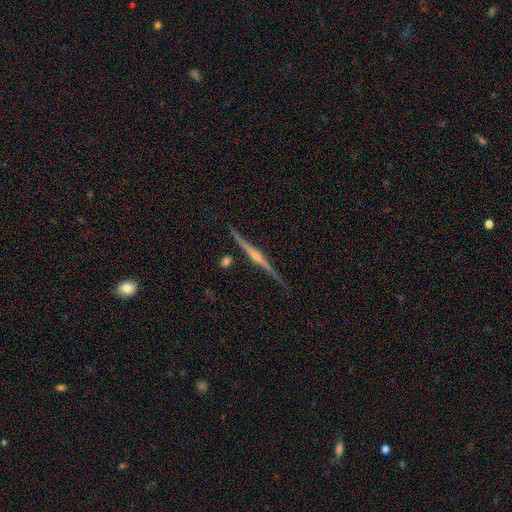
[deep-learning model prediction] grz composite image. It shows a featured or disk galaxy (86%) viewed edge-on (98%) with a rounded central bulge (82%). Merging: none (88%).